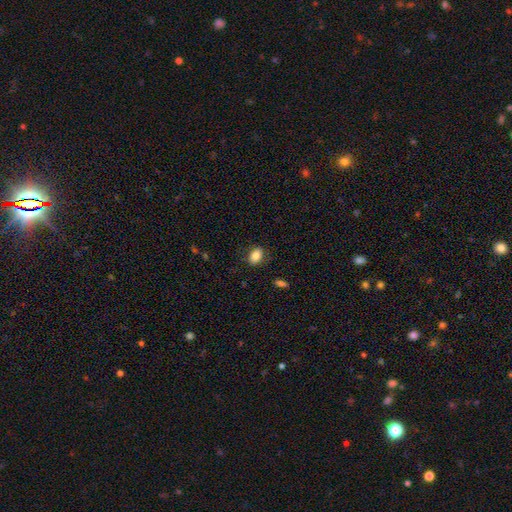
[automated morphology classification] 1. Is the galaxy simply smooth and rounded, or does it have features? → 83% smooth, 8% featured or disk, 8% star or artifact.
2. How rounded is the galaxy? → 78% in between, 21% round, 1% cigar-shaped.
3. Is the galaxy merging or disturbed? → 82% none, 13% minor disturbance, 4% major disturbance, 1% merger.